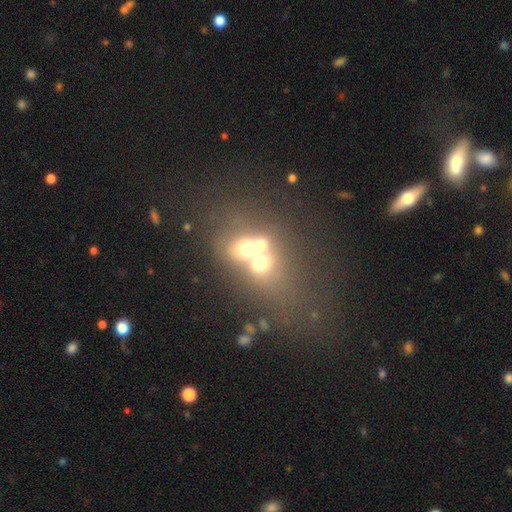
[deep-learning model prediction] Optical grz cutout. It shows a smooth galaxy with no disk features (47%). Merging: merger (67%).